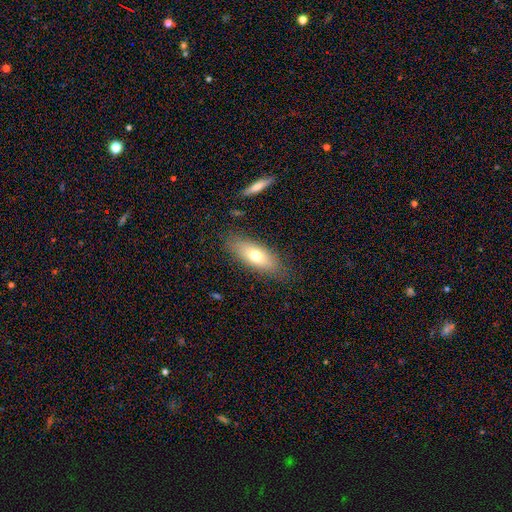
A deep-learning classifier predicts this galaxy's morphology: smooth-or-featured: smooth: 69% | featured or disk: 24% | star or artifact: 8%
  how-rounded: in between: 70% | cigar-shaped: 27% | round: 3%
  merging: none: 82% | minor disturbance: 12% | major disturbance: 4% | merger: 2%